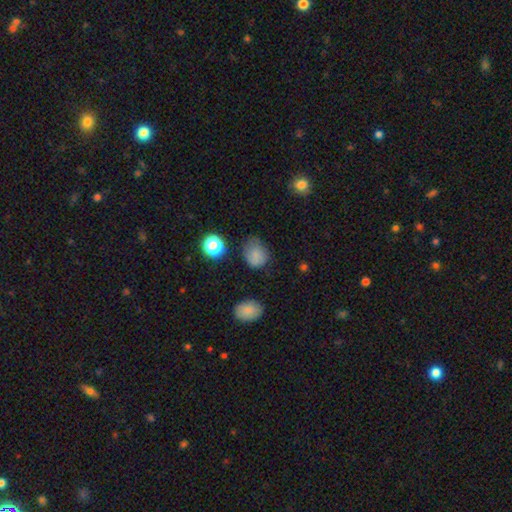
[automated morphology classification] Q: Smooth or featured?
A: smooth (80%); runner-up: star or artifact (13%)
Q: How rounded?
A: round (58%); runner-up: in between (41%)
Q: Merging?
A: none (60%); runner-up: minor disturbance (29%)